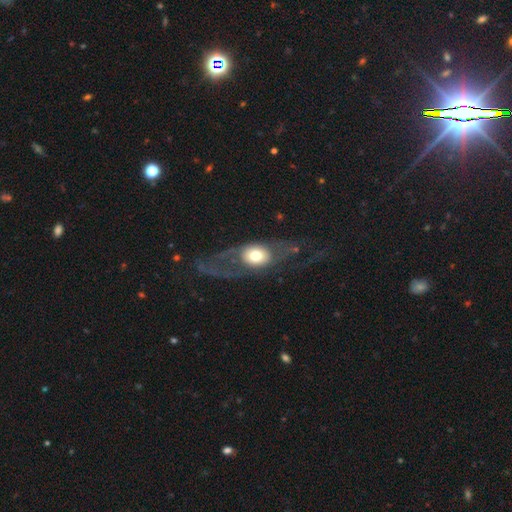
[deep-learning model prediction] Smooth or featured? Predicted: featured or disk (p=0.52). Edge-on disk? Predicted: no (p=0.84). Merging? Predicted: none (p=0.43).